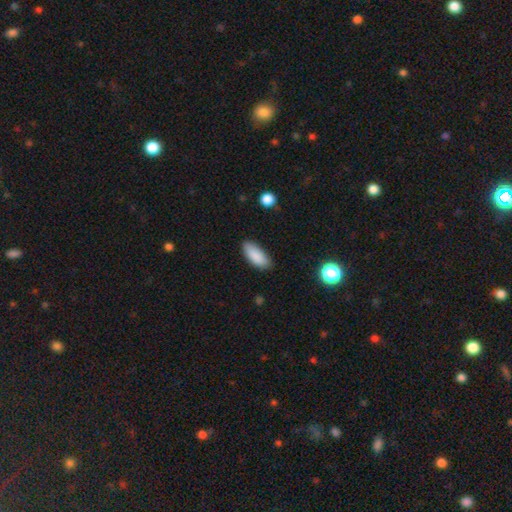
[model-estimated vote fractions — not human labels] This appears to be a smooth galaxy with no disk features (89%) that is in between round and cigar-shaped (85%). Merging: none (84%).